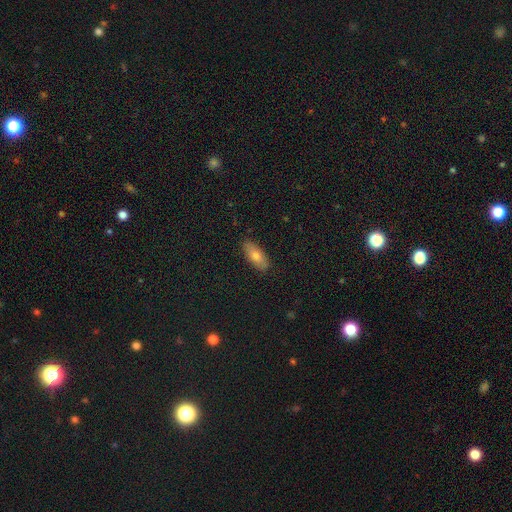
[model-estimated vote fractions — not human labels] Overall: smooth (70%). How rounded: in between (79%). Merging: none (87%).